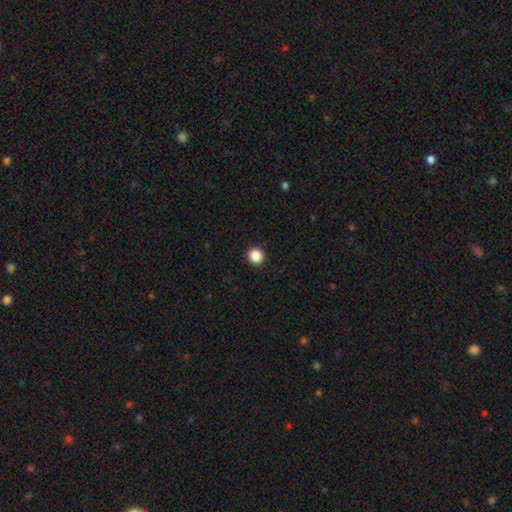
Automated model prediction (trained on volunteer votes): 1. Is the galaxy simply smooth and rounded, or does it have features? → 88% smooth, 10% star or artifact, 2% featured or disk.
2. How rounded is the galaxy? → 96% round, 3% in between, 1% cigar-shaped.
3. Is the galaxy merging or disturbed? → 94% none, 4% minor disturbance, 1% major disturbance, 1% merger.